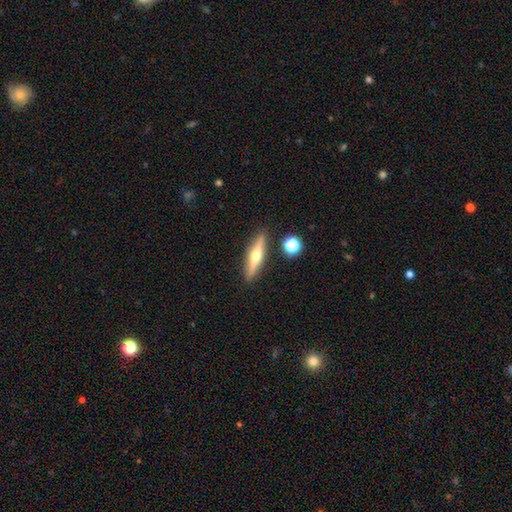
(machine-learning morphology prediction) Overall: featured or disk (61%; smooth 32%). Edge-on disk: yes (96%). Edge-on bulge: rounded (93%). Merging: none (89%).